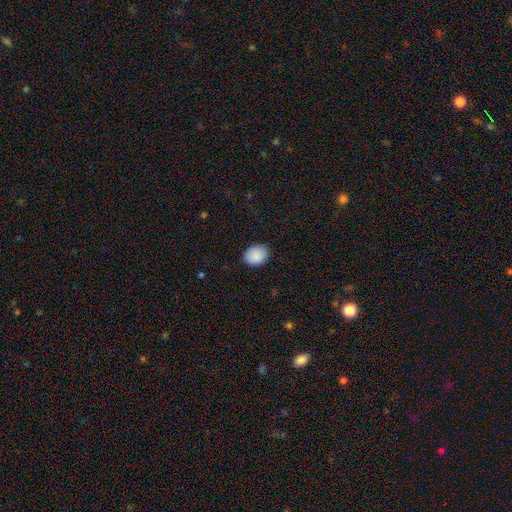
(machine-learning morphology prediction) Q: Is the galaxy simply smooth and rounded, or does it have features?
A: smooth — 90%.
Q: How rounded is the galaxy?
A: round — 50%.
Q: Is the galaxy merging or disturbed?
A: none — 87%.